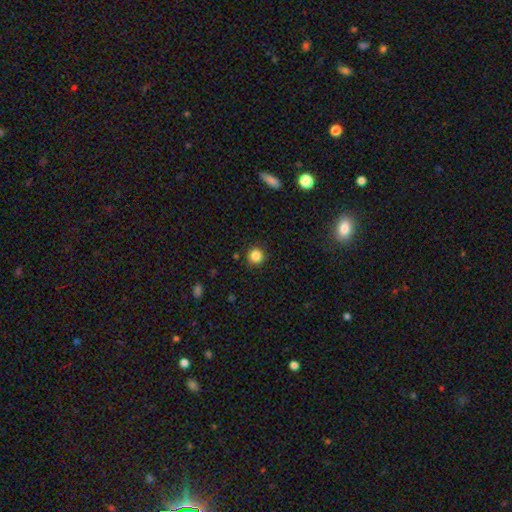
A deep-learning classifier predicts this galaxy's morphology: A smooth galaxy with no disk features (85%) that is round (94%).

Vote fractions:
- Smooth or featured? smooth: 85% / star or artifact: 11% / featured or disk: 4%
- How rounded? round: 94% / in between: 5% / cigar-shaped: 1%
- Merging? none: 90% / minor disturbance: 6% / major disturbance: 2% / merger: 1%